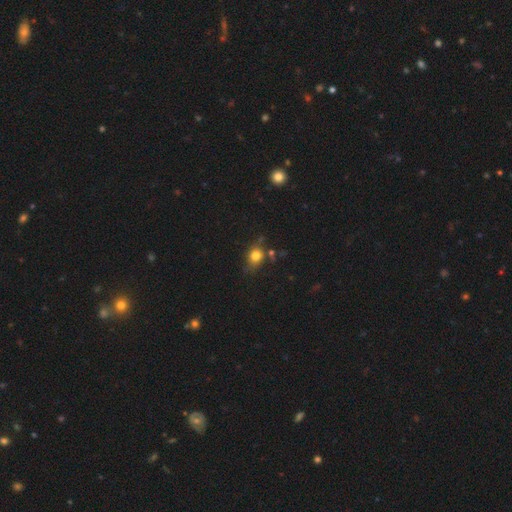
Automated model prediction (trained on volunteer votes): smooth 75%, star or artifact 13%, featured or disk 12%. Down the decision tree: how rounded — round (55%); merging — none (65%).